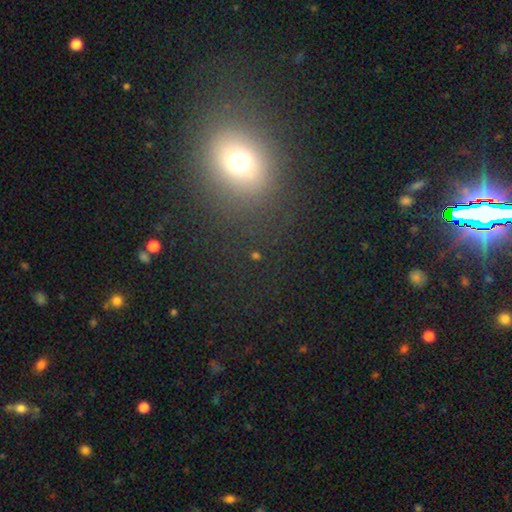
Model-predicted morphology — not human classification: This is possibly a smooth galaxy (45%). Merging: likely none (77%).